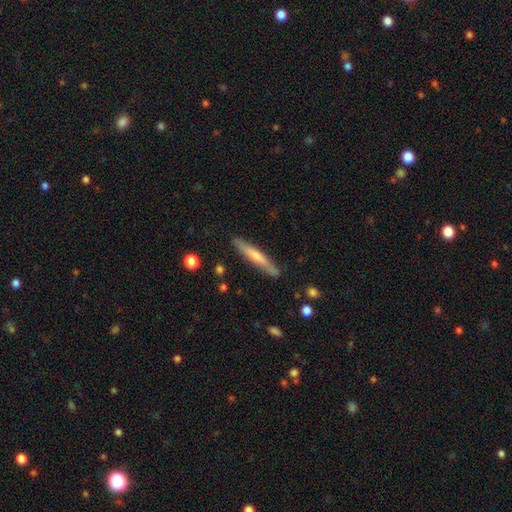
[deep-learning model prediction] A featured or disk galaxy (52%) viewed edge-on (91%).

Vote fractions:
- Smooth or featured? featured or disk: 52% / smooth: 39% / star or artifact: 9%
- Edge-on disk? yes: 91% / no: 9%
- Merging? none: 86% / minor disturbance: 10% / major disturbance: 2% / merger: 2%